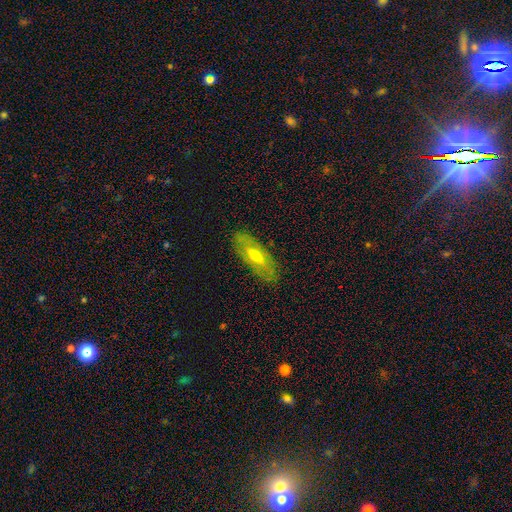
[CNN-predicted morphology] A featured or disk galaxy (50%).

Vote fractions:
- Smooth or featured? featured or disk: 50% / smooth: 44% / star or artifact: 6%
- Edge-on disk? no: 71% / yes: 29%
- Merging? none: 84% / minor disturbance: 12% / major disturbance: 3% / merger: 1%